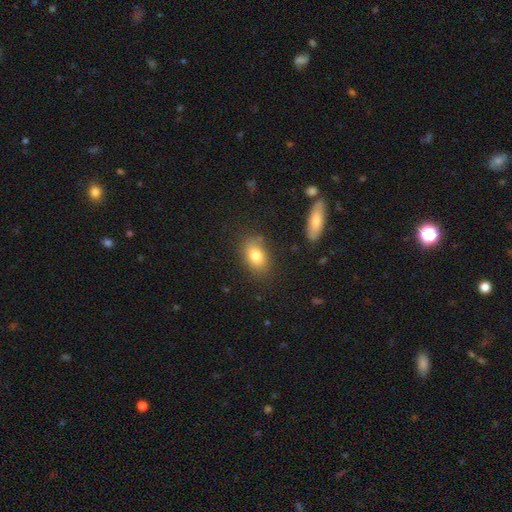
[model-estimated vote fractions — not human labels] A smooth galaxy with no disk features (81%) that is in between round and cigar-shaped (84%). Merging: none (80%).